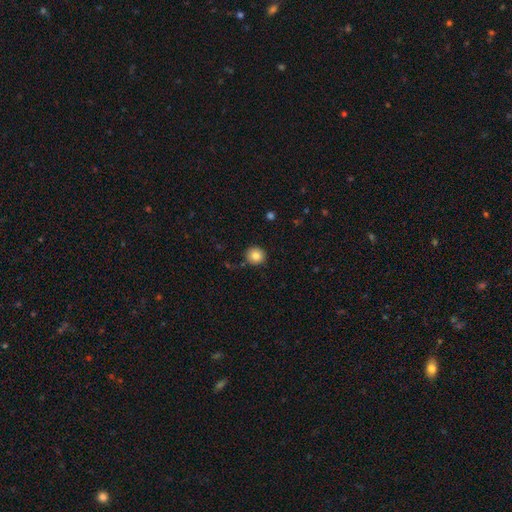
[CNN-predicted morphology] type=smooth (84%); roundness=round (92%); merging=none (89%).